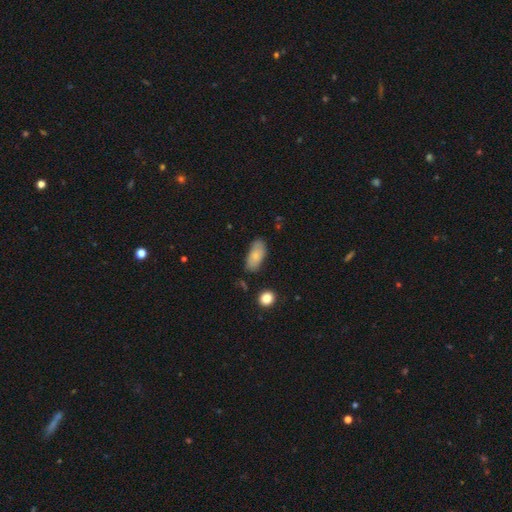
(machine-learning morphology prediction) This is likely a smooth galaxy (78%). How rounded: clearly in between (90%). Merging: likely none (76%).